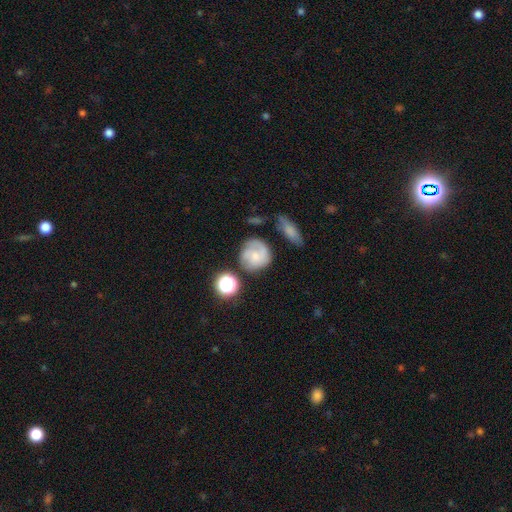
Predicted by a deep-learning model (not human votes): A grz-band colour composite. It shows a smooth galaxy with no disk features (47%). Merging: none (62%).